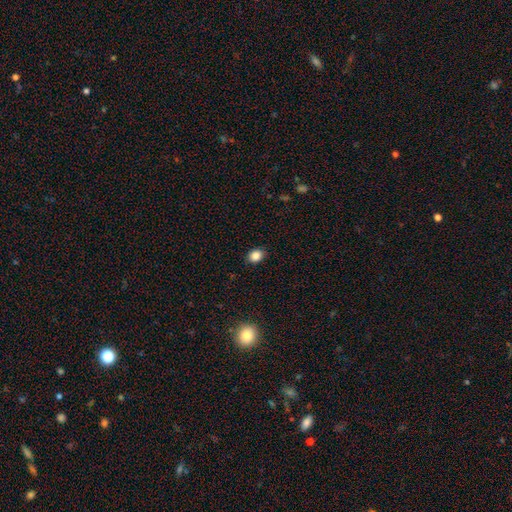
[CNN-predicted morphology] Overall: smooth (86%). How rounded: in between (53%; round 46%). Merging: none (88%).